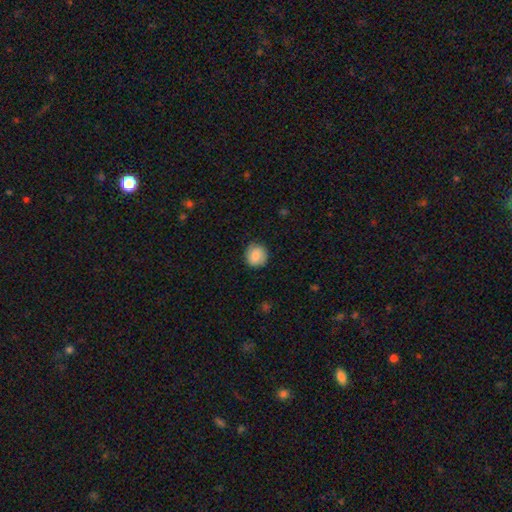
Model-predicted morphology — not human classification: Smooth or featured?
  - smooth: 85% *
  - star or artifact: 7%
  - featured or disk: 7%
How rounded?
  - round: 89% *
  - in between: 10%
  - cigar-shaped: 1%
Merging?
  - none: 86% *
  - minor disturbance: 11%
  - major disturbance: 2%
  - merger: 1%